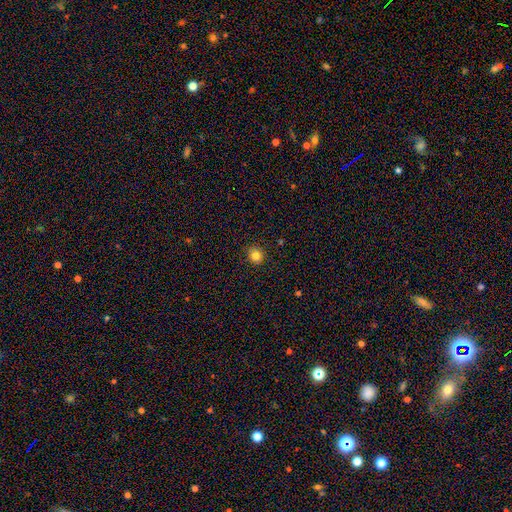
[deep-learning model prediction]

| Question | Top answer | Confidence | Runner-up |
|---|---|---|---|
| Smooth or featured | smooth | 82% | star or artifact (12%) |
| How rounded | round | 88% | in between (11%) |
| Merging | none | 91% | minor disturbance (6%) |